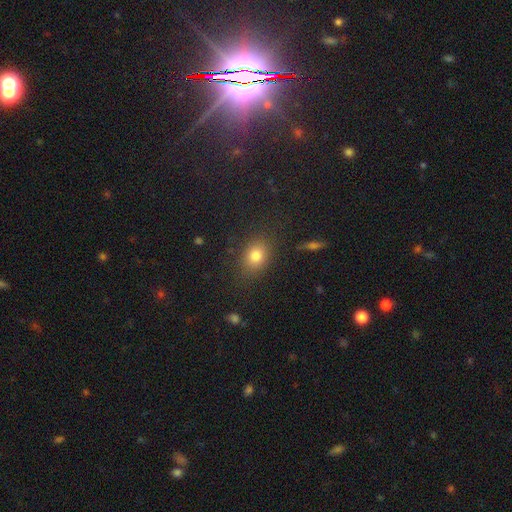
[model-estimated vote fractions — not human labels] This is likely a smooth galaxy (78%). How rounded: possibly in between (56%). Merging: clearly none (82%).